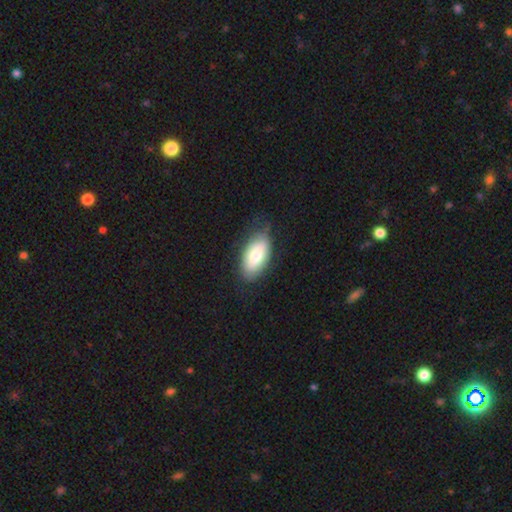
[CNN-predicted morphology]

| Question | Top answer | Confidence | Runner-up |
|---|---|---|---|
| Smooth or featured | smooth | 74% | featured or disk (20%) |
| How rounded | in between | 94% | cigar-shaped (3%) |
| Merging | none | 73% | minor disturbance (20%) |